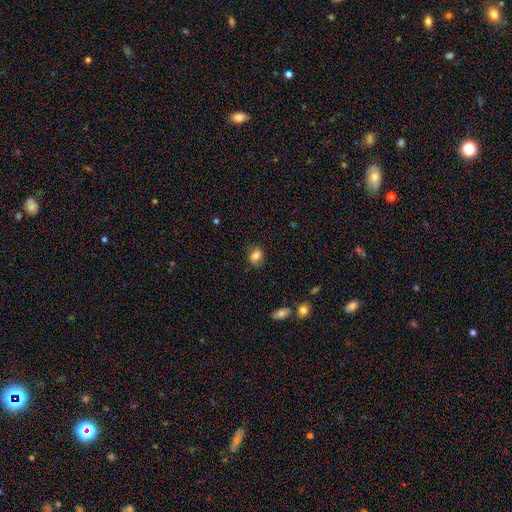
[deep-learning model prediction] smooth_or_featured: smooth (p=0.72) [alt: featured or disk p=0.18]
how_rounded: in between (p=0.56) [alt: round p=0.43]
merging: none (p=0.73) [alt: minor disturbance p=0.20]